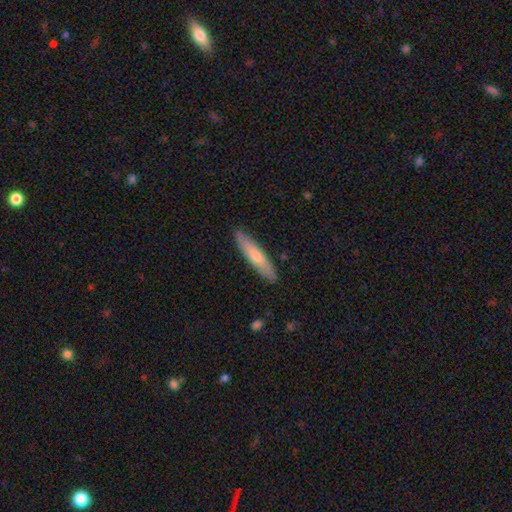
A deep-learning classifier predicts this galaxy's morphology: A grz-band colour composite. It shows a smooth galaxy with no disk features (64%) that is cigar-shaped (84%). Merging: none (88%).